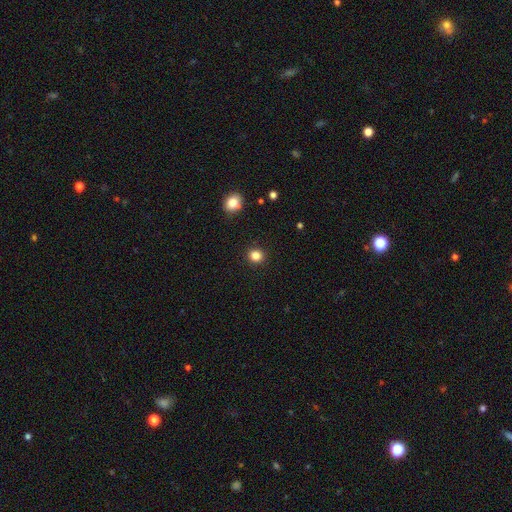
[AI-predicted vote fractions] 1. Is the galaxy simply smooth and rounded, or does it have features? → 84% smooth, 13% star or artifact, 4% featured or disk.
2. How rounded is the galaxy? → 88% round, 11% in between, 1% cigar-shaped.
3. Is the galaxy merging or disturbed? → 92% none, 5% minor disturbance, 2% major disturbance, 1% merger.